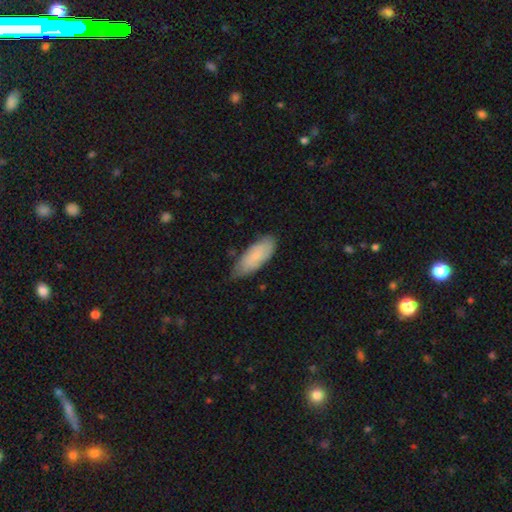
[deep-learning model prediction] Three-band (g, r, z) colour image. It shows a smooth galaxy with no disk features (78%) that is in between round and cigar-shaped (78%). Merging: none (64%).